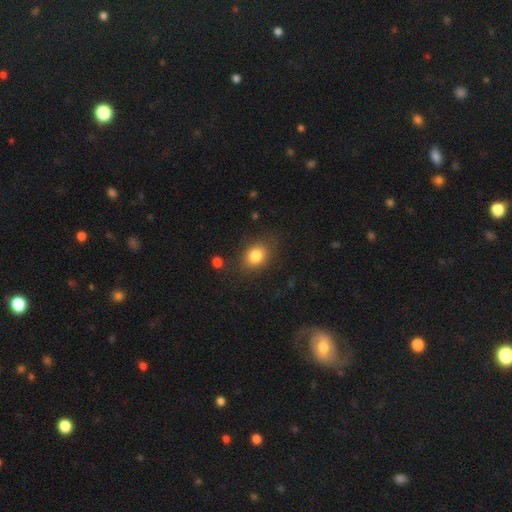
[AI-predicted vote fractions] A smooth galaxy with no disk features (82%) that is in between round and cigar-shaped (55%). Merging: none (79%).